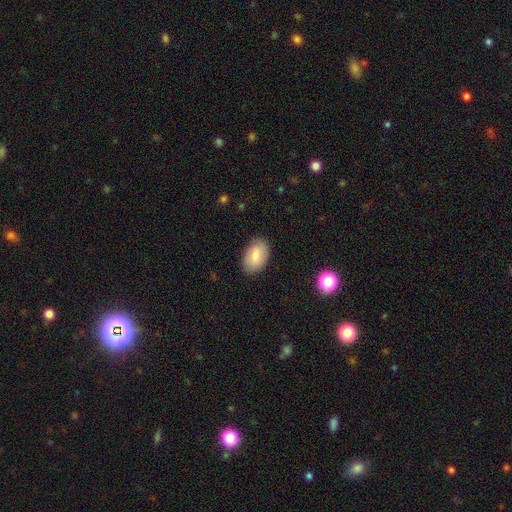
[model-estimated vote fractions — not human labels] Smooth or featured? Predicted: smooth (p=0.84). How rounded? Predicted: in between (p=0.92). Merging? Predicted: none (p=0.86).